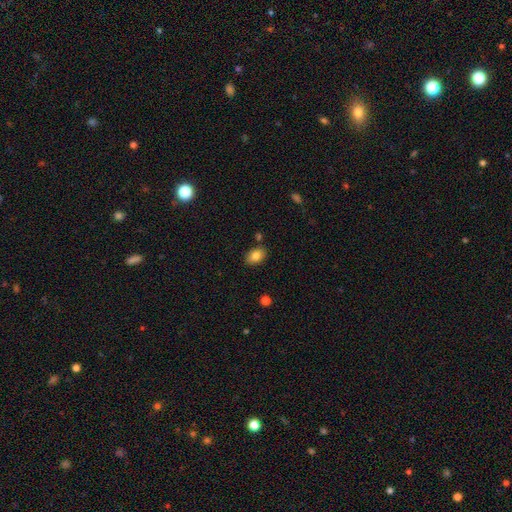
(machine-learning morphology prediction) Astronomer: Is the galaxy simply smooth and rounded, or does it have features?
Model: smooth — 83%.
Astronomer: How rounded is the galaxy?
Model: in between — 83%.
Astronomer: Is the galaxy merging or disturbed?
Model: none — 82%.